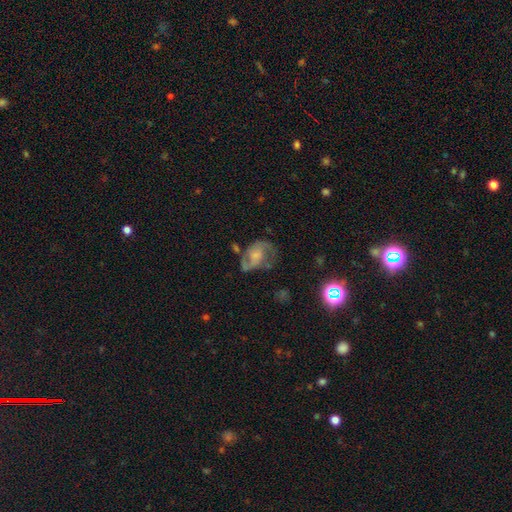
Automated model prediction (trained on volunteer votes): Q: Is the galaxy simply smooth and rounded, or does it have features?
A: featured or disk — 64%.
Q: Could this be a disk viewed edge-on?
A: no — 97%.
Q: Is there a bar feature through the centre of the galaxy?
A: no — 64%.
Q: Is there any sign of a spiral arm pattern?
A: yes — 74%.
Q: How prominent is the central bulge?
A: small — 35%.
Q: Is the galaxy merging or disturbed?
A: none — 41%.